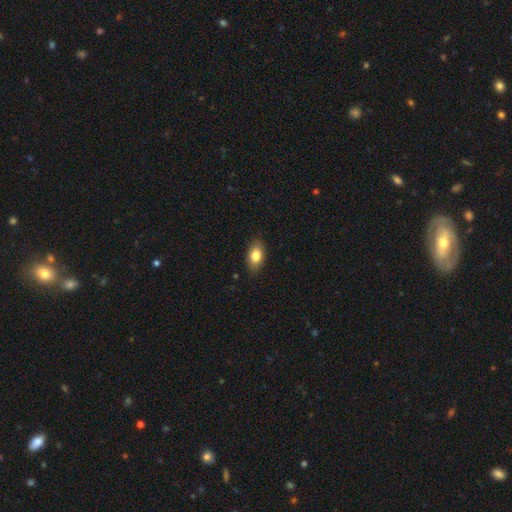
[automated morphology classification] Smooth or featured? smooth (82%)
How rounded? in between (89%)
Merging? none (86%)